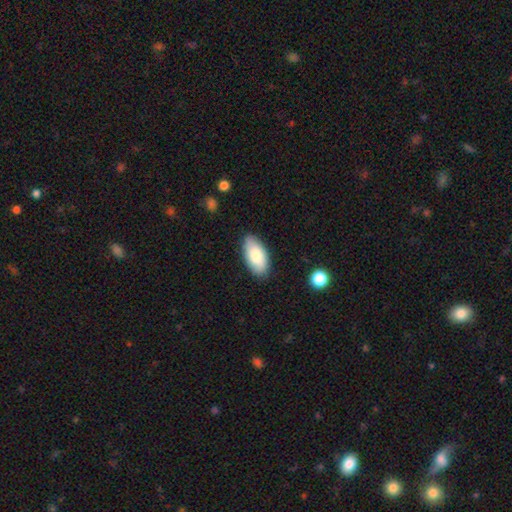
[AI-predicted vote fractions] Smooth or featured: smooth — 79% (featured or disk — 15%)
How rounded: in between — 94% (cigar-shaped — 3%)
Merging: none — 84% (minor disturbance — 12%)